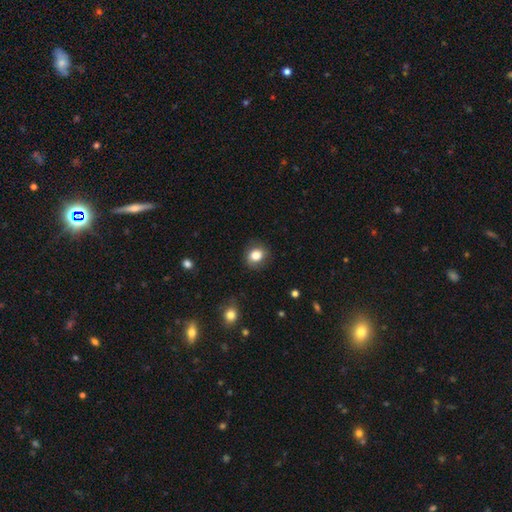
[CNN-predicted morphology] This is clearly a smooth galaxy (81%). How rounded: likely round (70%). Merging: clearly none (82%).